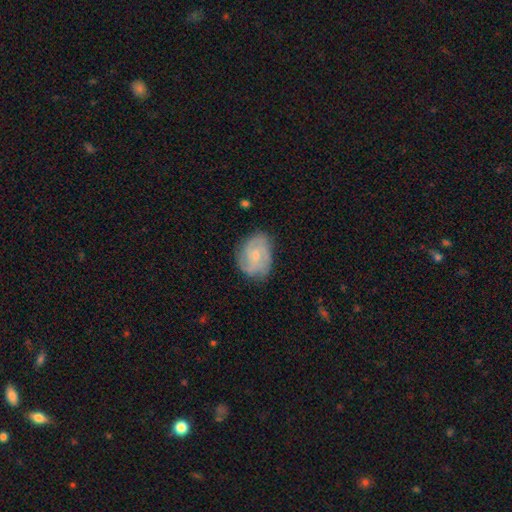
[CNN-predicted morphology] featured or disk 69%, smooth 25%, star or artifact 6%. Down the decision tree: edge-on disk — no (98%); bar — no (66%); spiral arms — yes (90%); spiral arm count — 2 (30%, tied with 3); spiral winding — tight (45%); bulge size — small (65%); merging — none (71%).